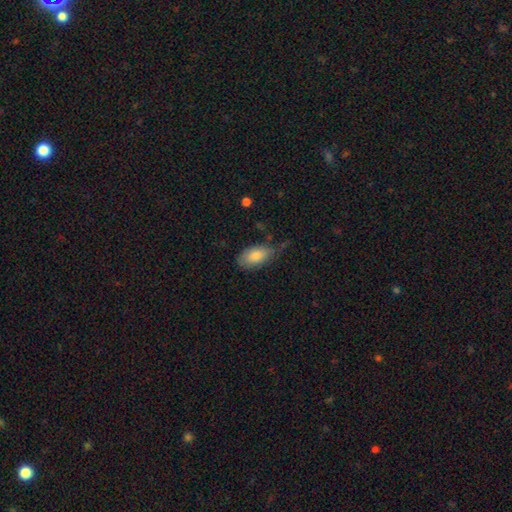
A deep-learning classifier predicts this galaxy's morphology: Smooth or featured?
  - smooth: 83% *
  - featured or disk: 10%
  - star or artifact: 6%
How rounded?
  - in between: 93% *
  - cigar-shaped: 4%
  - round: 3%
Merging?
  - none: 58% *
  - minor disturbance: 31%
  - major disturbance: 7%
  - merger: 3%